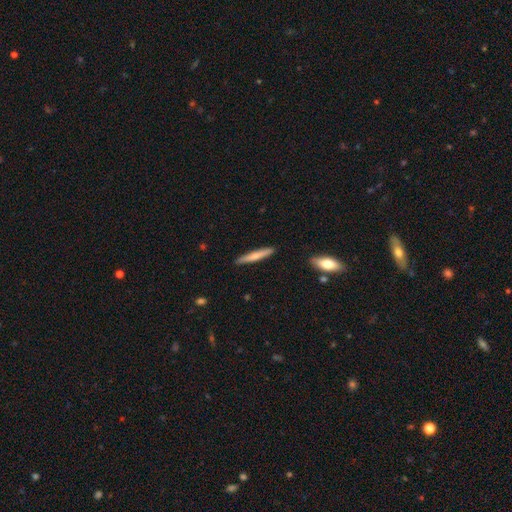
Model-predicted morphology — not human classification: Smooth or featured? Predicted: smooth (p=0.65). How rounded? Predicted: cigar-shaped (p=0.94). Merging? Predicted: none (p=0.90).